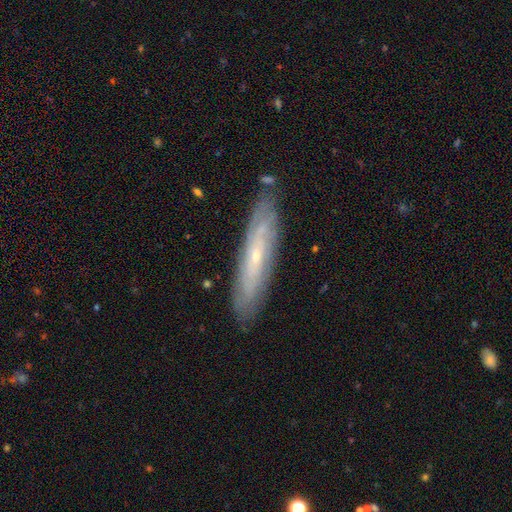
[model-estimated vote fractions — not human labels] This is likely a featured or disk galaxy (67%). It is possibly not viewed edge-on (51%). Merging: clearly none (83%).